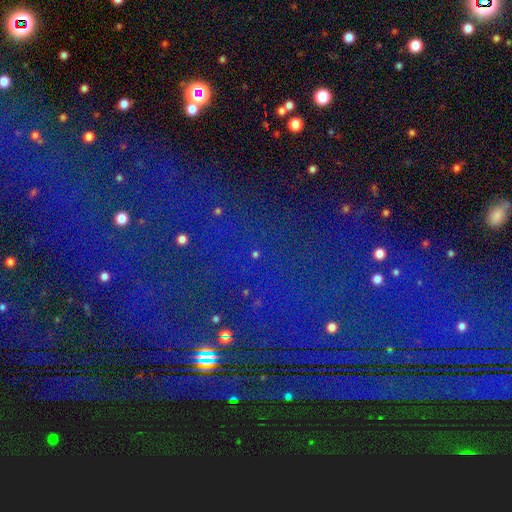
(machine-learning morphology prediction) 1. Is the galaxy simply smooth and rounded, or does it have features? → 85% star or artifact, 8% smooth, 7% featured or disk.